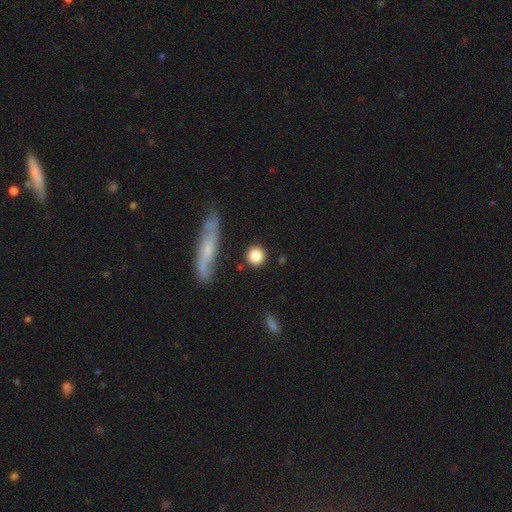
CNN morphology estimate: Smooth or featured?
  - smooth: 83% *
  - featured or disk: 9%
  - star or artifact: 8%
How rounded?
  - round: 90% *
  - in between: 6%
  - cigar-shaped: 3%
Merging?
  - none: 85% *
  - minor disturbance: 8%
  - merger: 4%
  - major disturbance: 3%